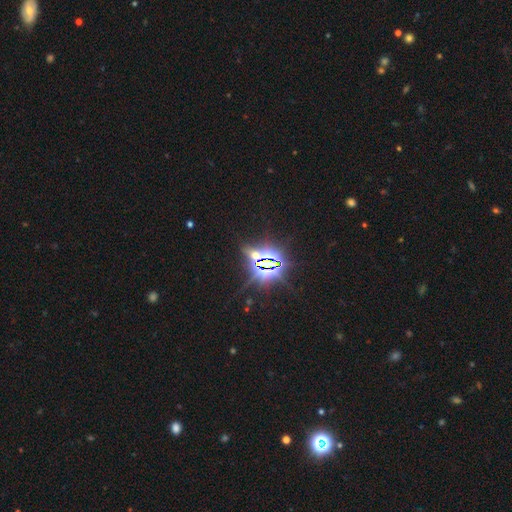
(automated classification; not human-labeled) star or artifact 77%, smooth 15%, featured or disk 9%.